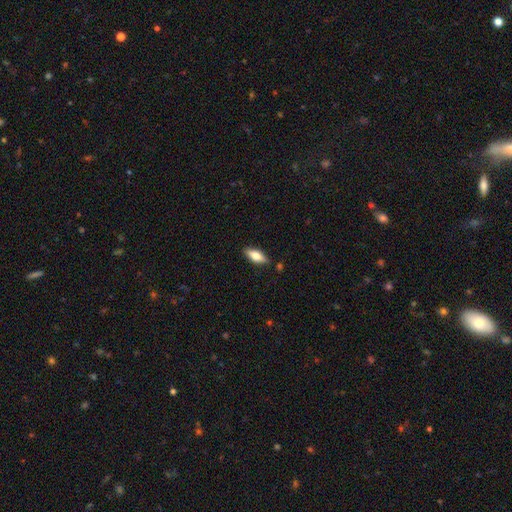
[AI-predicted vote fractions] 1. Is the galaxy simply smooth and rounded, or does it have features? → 68% smooth, 25% featured or disk, 6% star or artifact.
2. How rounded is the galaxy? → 70% in between, 27% cigar-shaped, 2% round.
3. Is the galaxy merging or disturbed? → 85% none, 11% minor disturbance, 2% major disturbance, 2% merger.